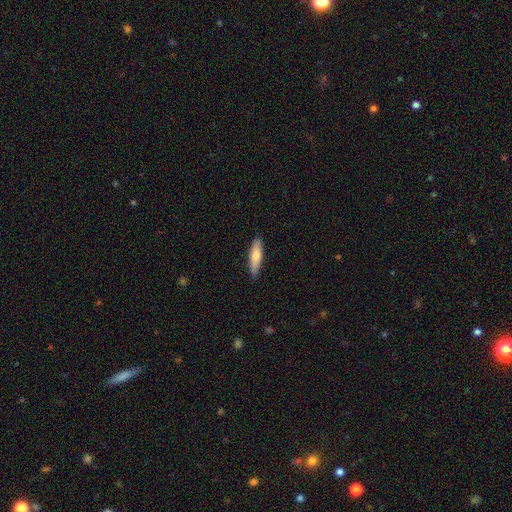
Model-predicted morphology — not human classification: Smooth or featured: smooth — 74% (featured or disk — 20%)
How rounded: cigar-shaped — 71% (in between — 28%)
Merging: none — 86% (minor disturbance — 11%)